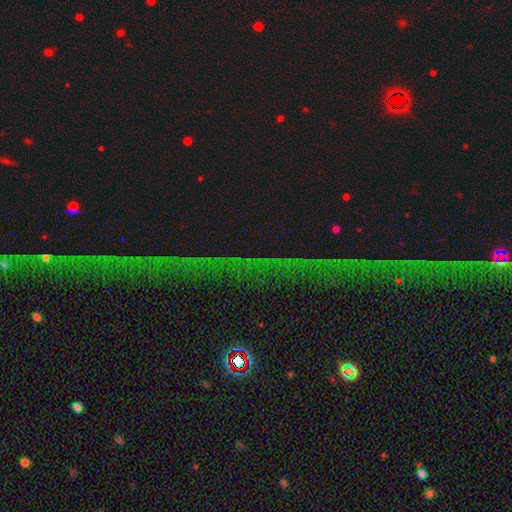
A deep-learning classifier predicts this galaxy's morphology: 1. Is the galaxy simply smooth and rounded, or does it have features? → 81% star or artifact, 10% featured or disk, 9% smooth.